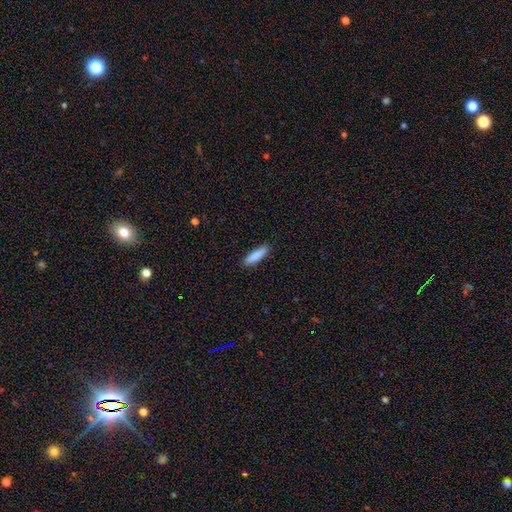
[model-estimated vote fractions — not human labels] A smooth galaxy with no disk features (82%) that is cigar-shaped (74%). Merging: none (88%).